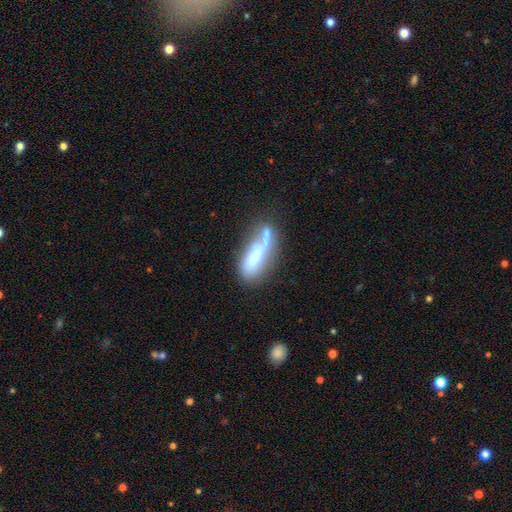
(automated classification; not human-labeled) smooth_or_featured: smooth (p=0.60) [alt: featured or disk p=0.32]
how_rounded: in between (p=0.57) [alt: cigar-shaped p=0.40]
merging: merger (p=0.33) [alt: none p=0.28]